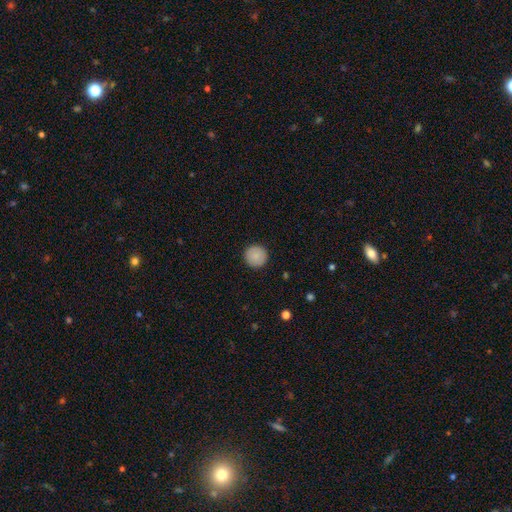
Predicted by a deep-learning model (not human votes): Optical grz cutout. It shows a smooth galaxy with no disk features (87%) that is round (96%). Merging: none (92%).